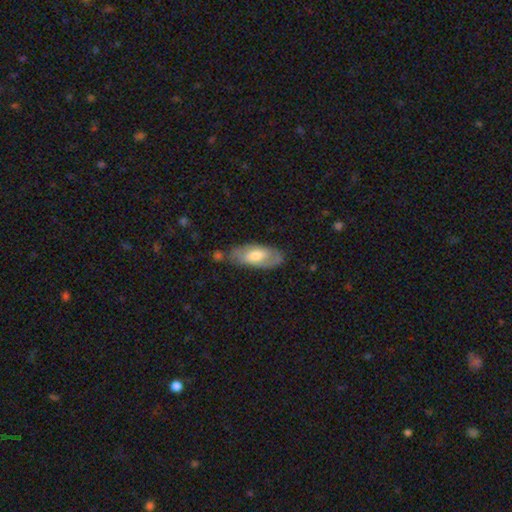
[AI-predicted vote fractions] Smooth or featured? smooth (50%)
Merging? none (67%)